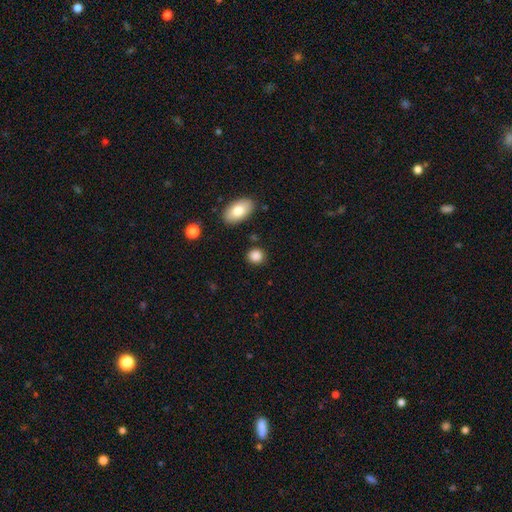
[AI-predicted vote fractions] smooth_or_featured: smooth (p=0.87) [alt: star or artifact p=0.09]
how_rounded: round (p=0.76) [alt: in between p=0.22]
merging: none (p=0.86) [alt: minor disturbance p=0.09]